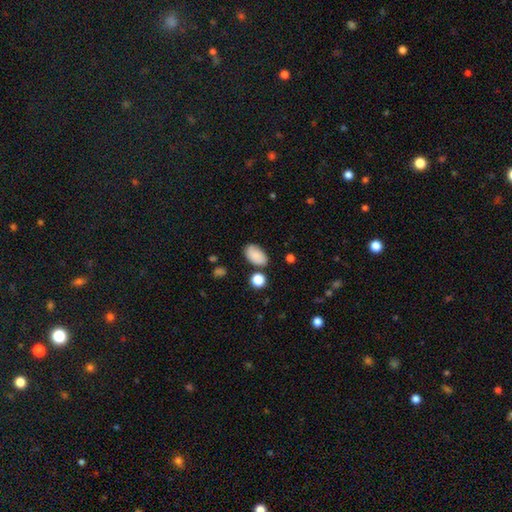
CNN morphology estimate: Smooth or featured? smooth (85%)
How rounded? in between (92%)
Merging? none (75%)